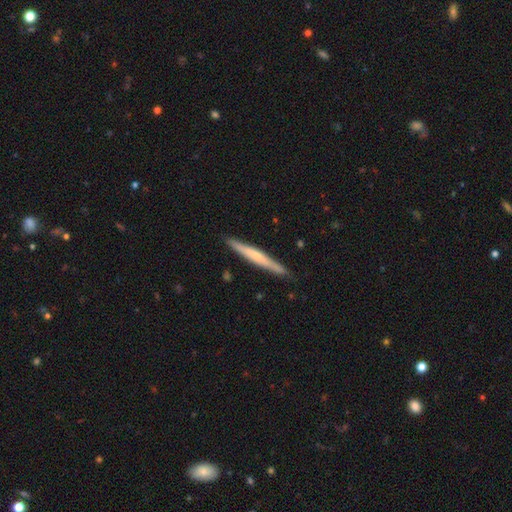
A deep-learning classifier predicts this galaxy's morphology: smooth_or_featured: featured or disk (p=0.48) [alt: smooth p=0.46]
merging: none (p=0.89) [alt: minor disturbance p=0.08]